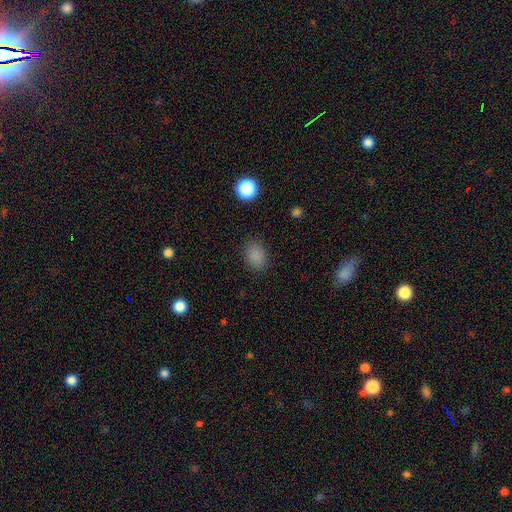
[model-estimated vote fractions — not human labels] The model was most divided on "how rounded": in between: 75%, round: 24%, cigar-shaped: 1%. More confident: smooth or featured — smooth (84%); merging — none (83%).